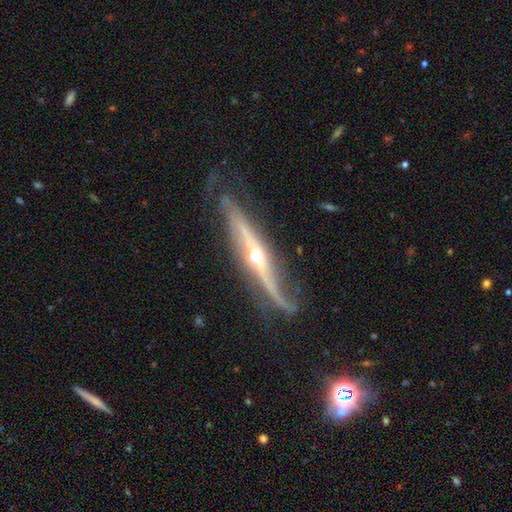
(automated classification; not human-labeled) The model was most divided on "merging": none: 61%, minor disturbance: 22%, major disturbance: 12%, merger: 4%. More confident: edge-on bulge — rounded (87%); edge-on disk — yes (83%); smooth or featured — featured or disk (83%).